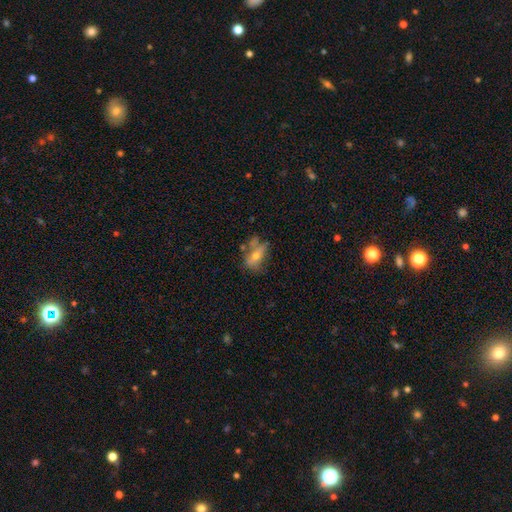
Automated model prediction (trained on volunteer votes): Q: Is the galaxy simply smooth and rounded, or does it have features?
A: featured or disk — 47%.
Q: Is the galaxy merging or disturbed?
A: none — 47%.